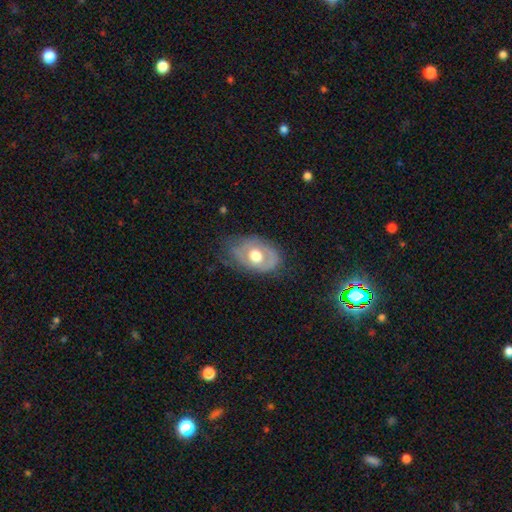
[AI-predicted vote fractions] Q: Smooth or featured?
A: featured or disk (51%); runner-up: smooth (42%)
Q: Edge-on disk?
A: no (92%); runner-up: yes (8%)
Q: Merging?
A: none (57%); runner-up: minor disturbance (28%)